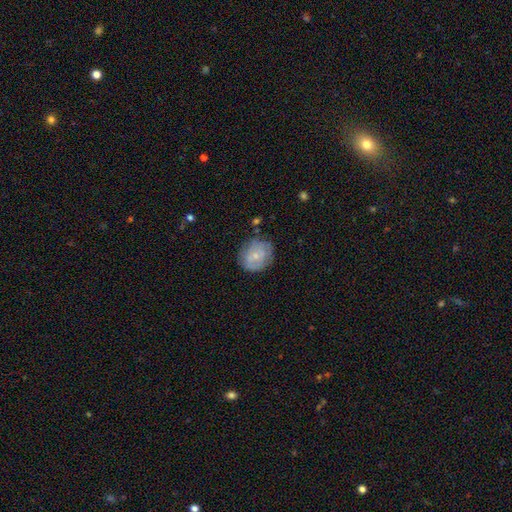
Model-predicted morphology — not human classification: Smooth or featured? Predicted: smooth (p=0.54). How rounded? Predicted: round (p=0.74). Merging? Predicted: none (p=0.70).